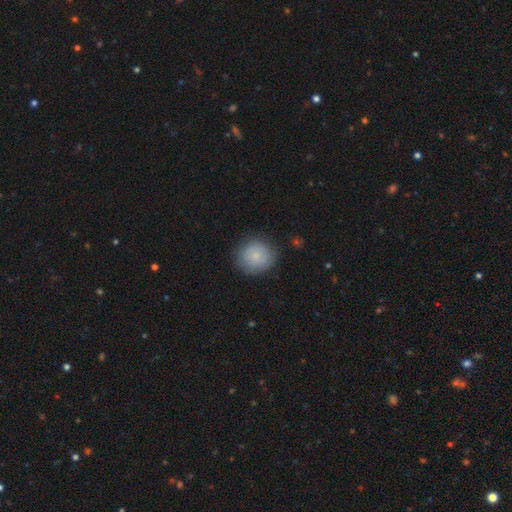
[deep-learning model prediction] This is likely a smooth galaxy (77%). How rounded: clearly round (87%). Merging: clearly none (80%).